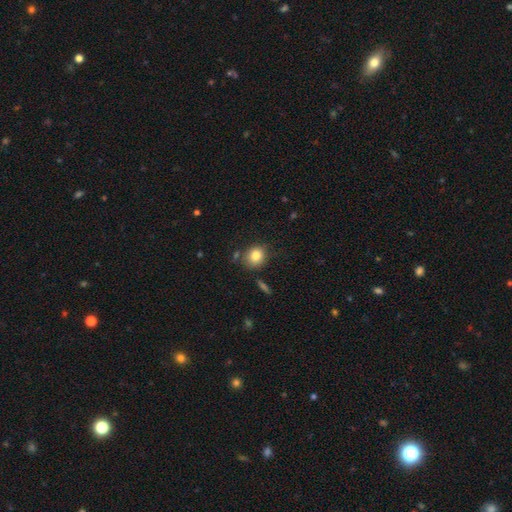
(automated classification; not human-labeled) The model was most divided on "how rounded": round: 72%, in between: 27%, cigar-shaped: 1%. More confident: smooth or featured — smooth (82%); merging — none (77%).